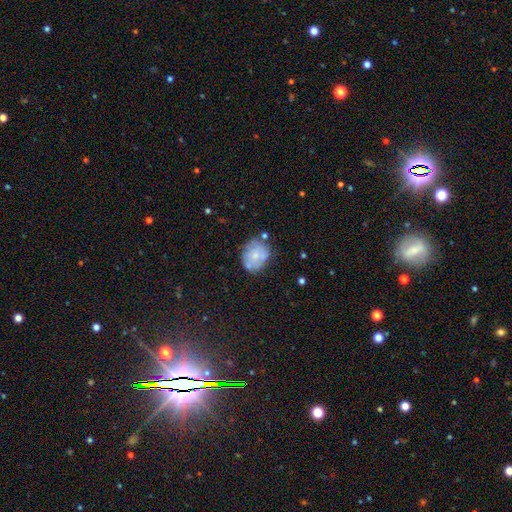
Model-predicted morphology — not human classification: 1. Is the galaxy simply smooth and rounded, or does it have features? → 56% smooth, 36% featured or disk, 8% star or artifact.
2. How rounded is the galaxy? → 59% round, 40% in between, 1% cigar-shaped.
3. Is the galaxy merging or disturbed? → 57% none, 24% minor disturbance, 10% merger, 9% major disturbance.